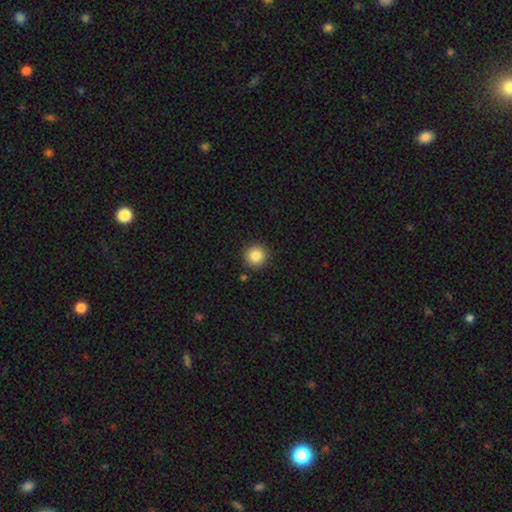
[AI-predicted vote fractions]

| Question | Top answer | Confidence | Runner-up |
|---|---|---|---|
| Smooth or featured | smooth | 86% | star or artifact (10%) |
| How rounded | round | 95% | in between (4%) |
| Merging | none | 90% | minor disturbance (6%) |